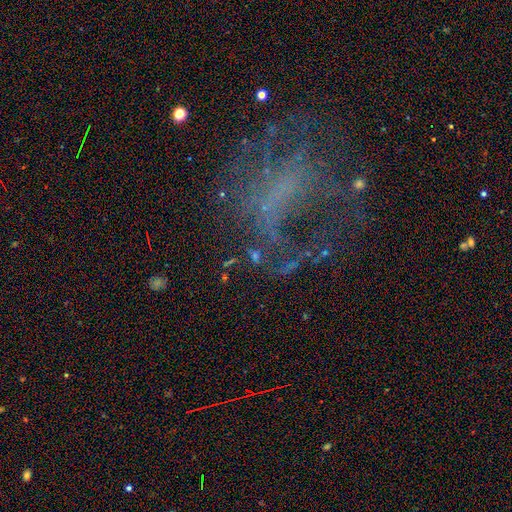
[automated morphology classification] This appears to be a star or artifact, not a galaxy (45%).